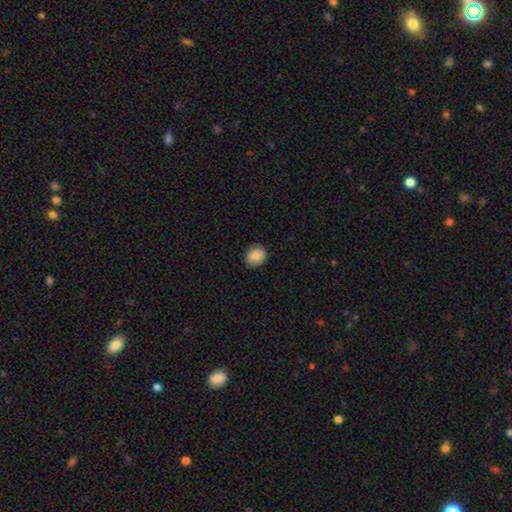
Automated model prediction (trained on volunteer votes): This is clearly a smooth galaxy (88%). How rounded: likely round (79%). Merging: clearly none (86%).